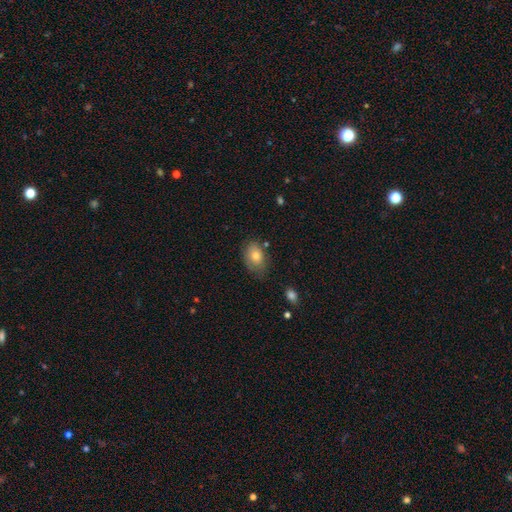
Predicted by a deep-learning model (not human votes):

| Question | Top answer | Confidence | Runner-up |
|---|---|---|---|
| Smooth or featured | smooth | 73% | featured or disk (18%) |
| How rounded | in between | 79% | round (19%) |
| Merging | none | 66% | minor disturbance (25%) |